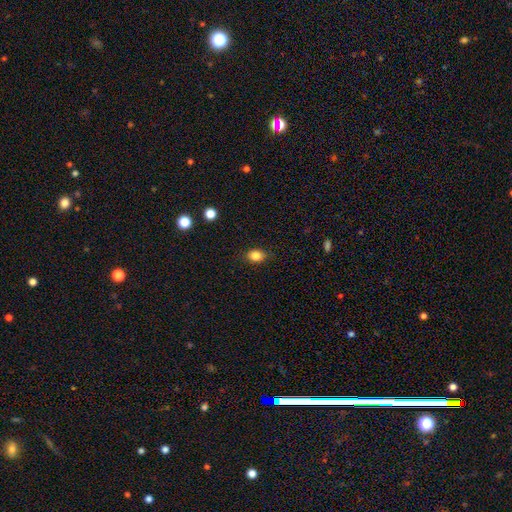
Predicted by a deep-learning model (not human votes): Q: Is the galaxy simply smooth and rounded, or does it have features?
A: smooth — 84%.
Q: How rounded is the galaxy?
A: in between — 63%.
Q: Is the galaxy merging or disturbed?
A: none — 86%.